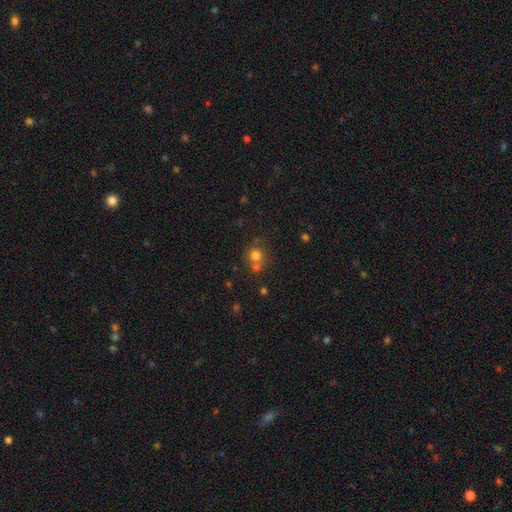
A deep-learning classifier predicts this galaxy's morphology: Overall: smooth (72%). How rounded: round (86%). Merging: none (55%; merger 33%).